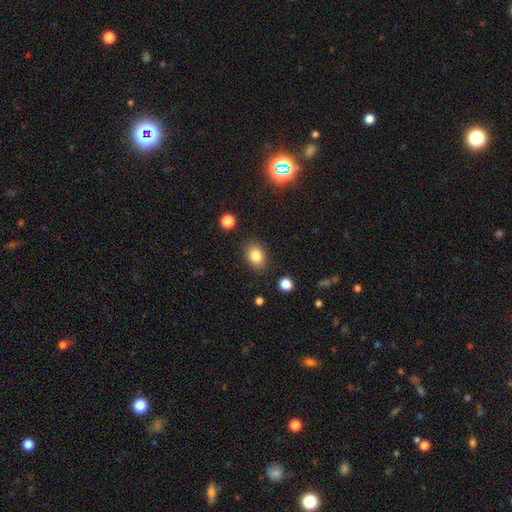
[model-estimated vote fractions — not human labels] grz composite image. It shows a smooth galaxy with no disk features (83%) that is in between round and cigar-shaped (65%). Merging: none (85%).